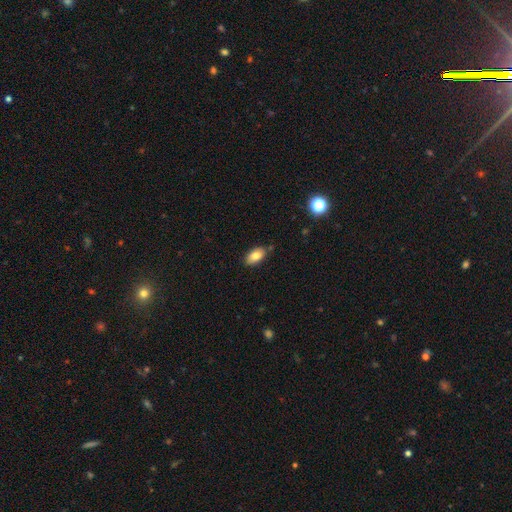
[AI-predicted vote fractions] smooth_or_featured: smooth (p=0.82) [alt: featured or disk p=0.10]
how_rounded: in between (p=0.92) [alt: round p=0.05]
merging: none (p=0.80) [alt: minor disturbance p=0.15]